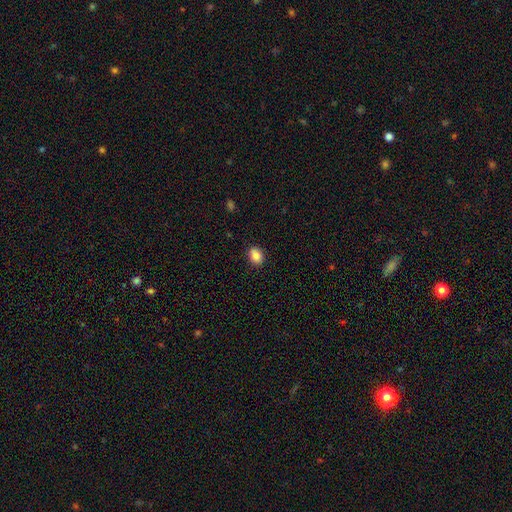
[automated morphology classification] Smooth or featured: smooth — 86% (star or artifact — 9%)
How rounded: in between — 59% (round — 40%)
Merging: none — 88% (minor disturbance — 9%)